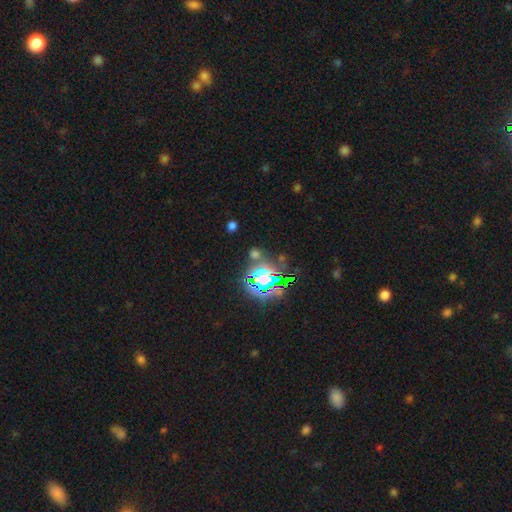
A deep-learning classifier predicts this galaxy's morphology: This is likely a star or artifact rather than a galaxy (65%).